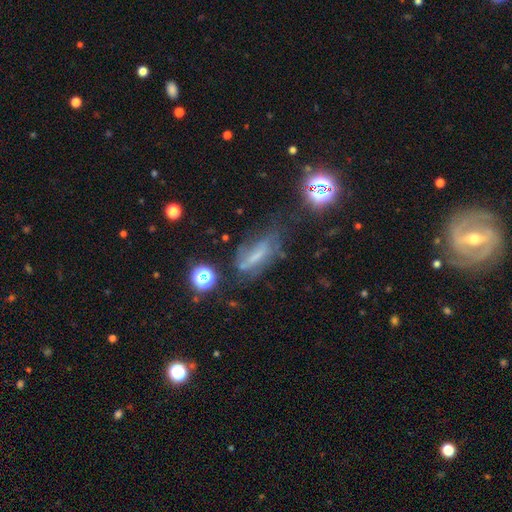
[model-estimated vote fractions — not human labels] featured or disk 43%, smooth 35%, star or artifact 22%. Down the decision tree: merging — none (44%).